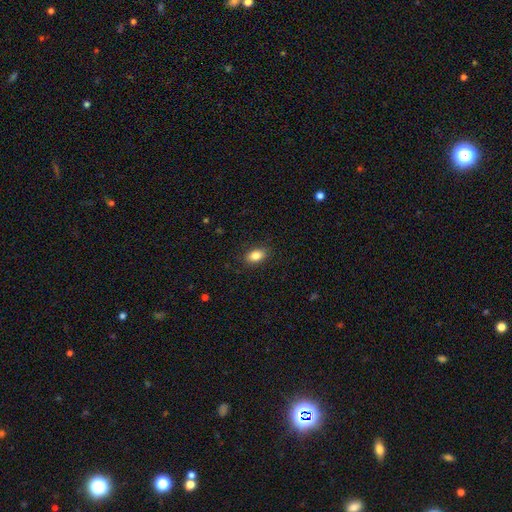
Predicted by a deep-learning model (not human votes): A smooth galaxy with no disk features (84%) that is in between round and cigar-shaped (88%). Merging: none (88%).